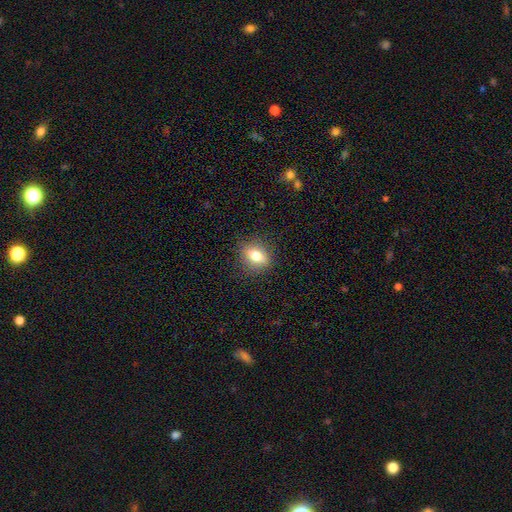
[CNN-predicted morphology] Overall: smooth (75%). How rounded: in between (60%; round 35%). Merging: none (84%).